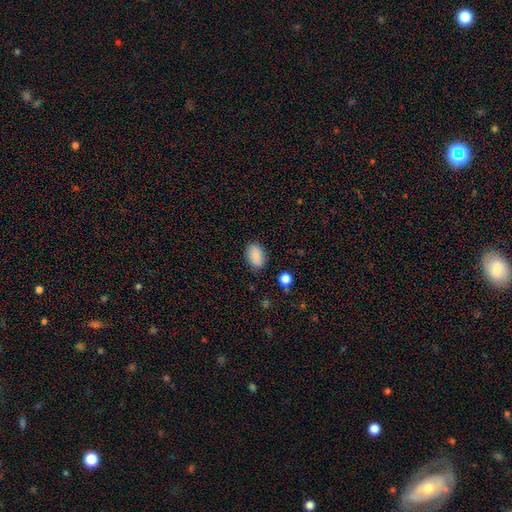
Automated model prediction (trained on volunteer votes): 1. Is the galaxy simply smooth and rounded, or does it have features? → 88% smooth, 7% star or artifact, 5% featured or disk.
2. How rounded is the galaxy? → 90% in between, 9% round, 2% cigar-shaped.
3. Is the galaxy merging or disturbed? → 85% none, 11% minor disturbance, 3% major disturbance, 2% merger.